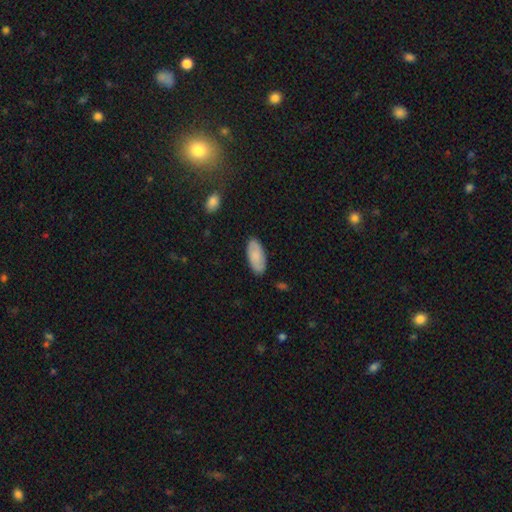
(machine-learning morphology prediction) A smooth galaxy with no disk features (80%) that is in between round and cigar-shaped (92%).

Vote fractions:
- Smooth or featured? smooth: 80% / featured or disk: 15% / star or artifact: 6%
- How rounded? in between: 92% / cigar-shaped: 6% / round: 2%
- Merging? none: 86% / minor disturbance: 11% / major disturbance: 2% / merger: 1%